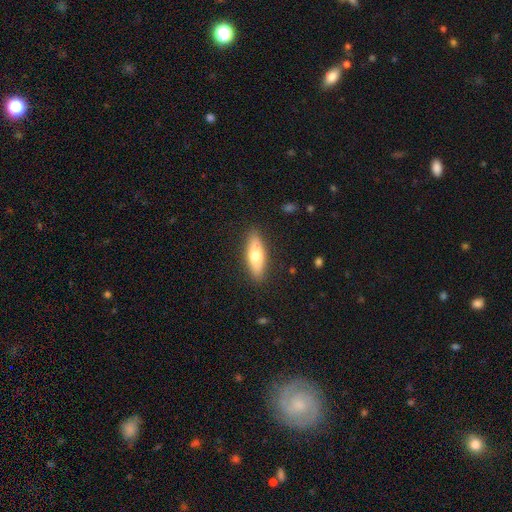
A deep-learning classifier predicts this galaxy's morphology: Smooth or featured? smooth (64%)
How rounded? in between (54%)
Merging? none (87%)